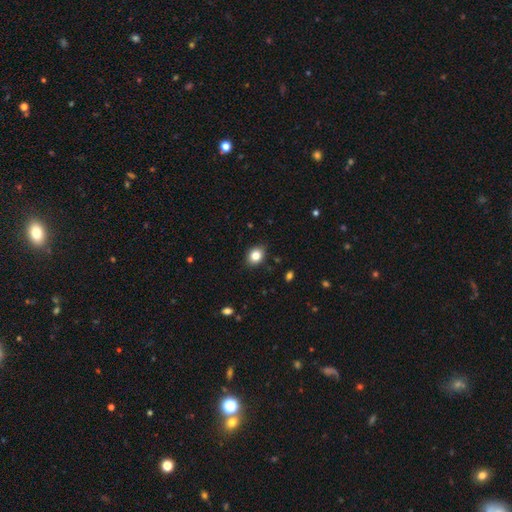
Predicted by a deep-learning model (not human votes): smooth_or_featured: smooth (p=0.83) [alt: star or artifact p=0.10]
how_rounded: in between (p=0.54) [alt: round p=0.45]
merging: none (p=0.88) [alt: minor disturbance p=0.09]